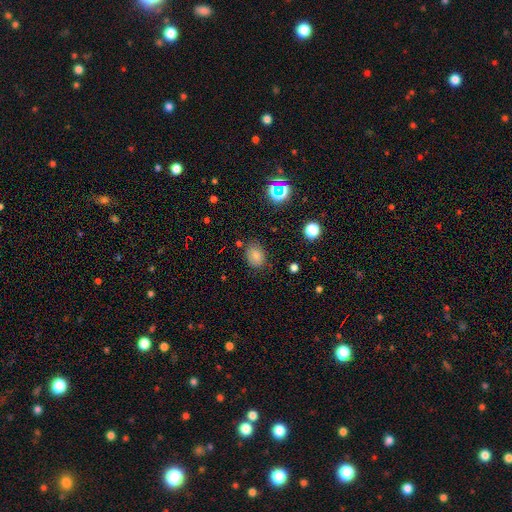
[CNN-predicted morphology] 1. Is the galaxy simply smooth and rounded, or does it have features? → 75% smooth, 15% star or artifact, 9% featured or disk.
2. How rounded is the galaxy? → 64% in between, 35% round, 1% cigar-shaped.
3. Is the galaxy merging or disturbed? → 78% none, 15% minor disturbance, 4% major disturbance, 3% merger.